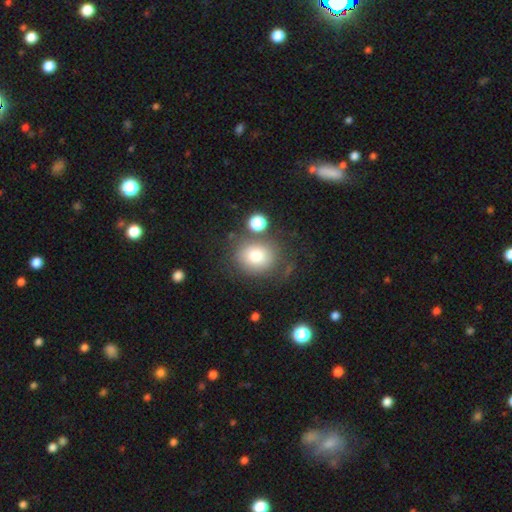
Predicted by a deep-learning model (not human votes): Morphology: type=smooth (75%); roundness=round (69%); merging=none (68%).